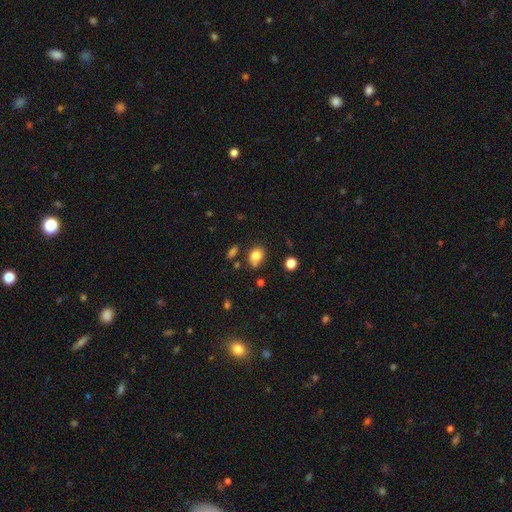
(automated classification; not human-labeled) This appears to be a smooth galaxy with no disk features (82%) that is in between round and cigar-shaped (54%). Merging: none (67%).